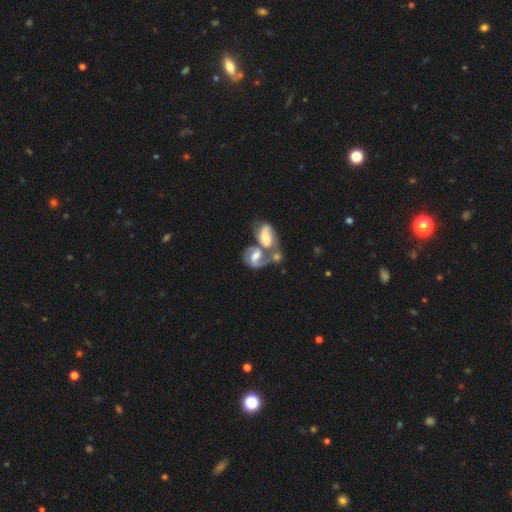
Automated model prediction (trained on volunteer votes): smooth-or-featured: featured or disk: 73% | smooth: 20% | star or artifact: 7%
  disk-edge-on: no: 97% | yes: 3%
    bar: weak: 45% | no: 33% | strong: 22%
    has-spiral-arms: yes: 90% | no: 10%
      spiral-winding: medium: 50% | loose: 28% | tight: 22%
      spiral-arm-count: 2: 81% | can't tell: 7% | 1: 7% | 3: 2% | 4: 1% | more than 4: 1%
    bulge-size: moderate: 54% | small: 24% | large: 15% | none: 6% | dominant: 2%
  merging: merger: 73% | none: 14% | major disturbance: 6% | minor disturbance: 6%